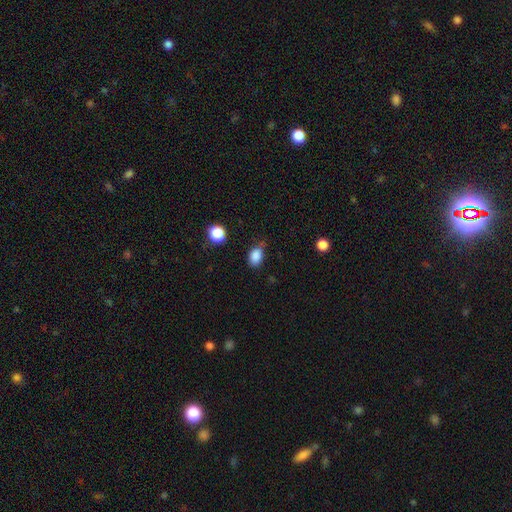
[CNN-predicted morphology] Q: Smooth or featured?
A: smooth (86%); runner-up: star or artifact (10%)
Q: How rounded?
A: in between (76%); runner-up: round (23%)
Q: Merging?
A: none (66%); runner-up: minor disturbance (25%)